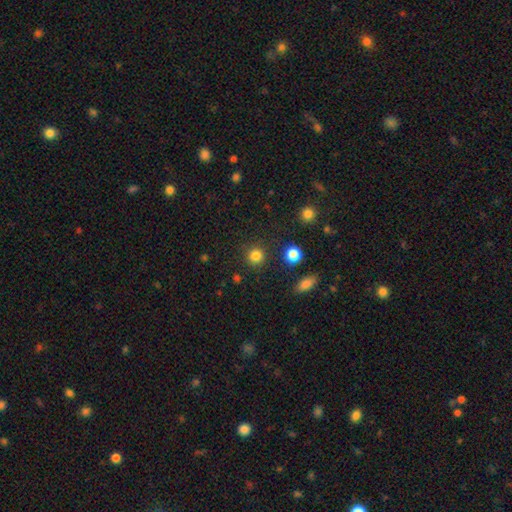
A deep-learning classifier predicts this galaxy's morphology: A smooth galaxy with no disk features (83%) that is round (91%). Merging: none (88%).